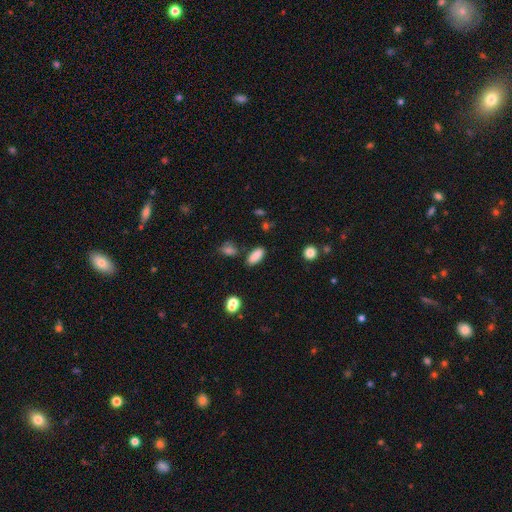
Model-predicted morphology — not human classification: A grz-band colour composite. It shows a smooth galaxy with no disk features (86%) that is in between round and cigar-shaped (85%). Merging: none (82%).